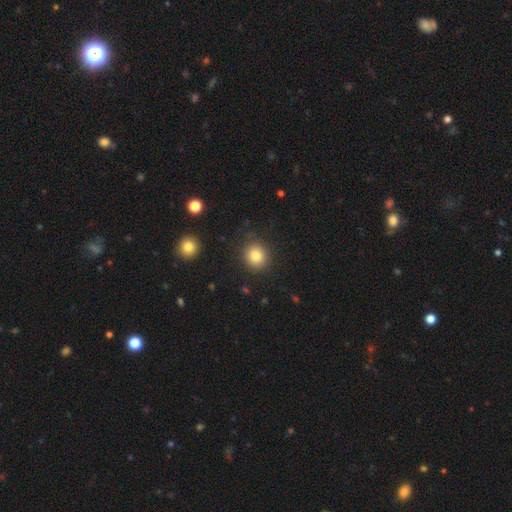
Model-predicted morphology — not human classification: smooth-or-featured: smooth: 82% | star or artifact: 11% | featured or disk: 7%
  how-rounded: round: 87% | in between: 12% | cigar-shaped: 1%
  merging: none: 88% | minor disturbance: 8% | major disturbance: 3% | merger: 2%